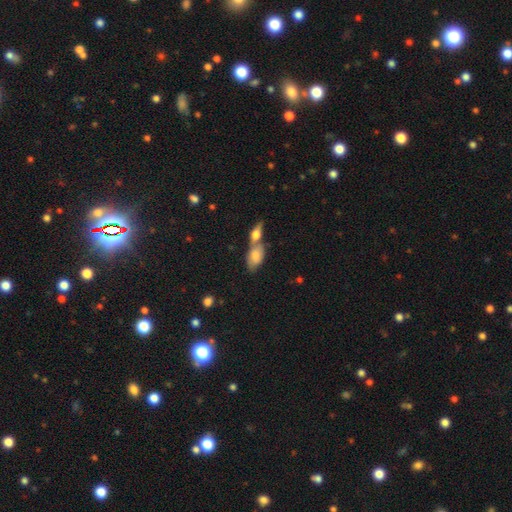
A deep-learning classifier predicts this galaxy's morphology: type=smooth (72%); roundness=in between (87%); merging=merger (61%).